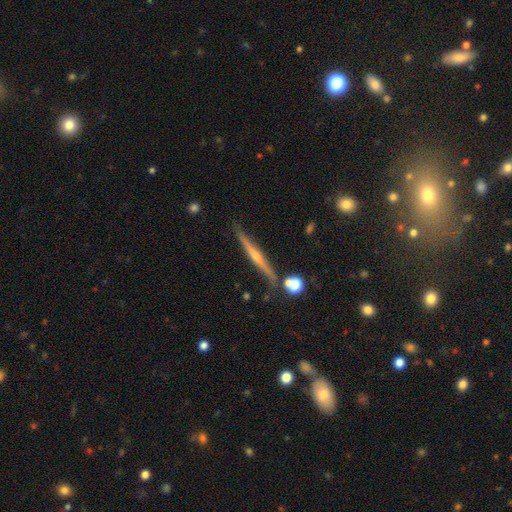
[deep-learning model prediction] smooth-or-featured: featured or disk: 76% | smooth: 17% | star or artifact: 7%
  disk-edge-on: yes: 97% | no: 3%
    edge-on-bulge: rounded: 77% | none: 18% | boxy: 5%
  merging: none: 83% | minor disturbance: 11% | merger: 4% | major disturbance: 2%